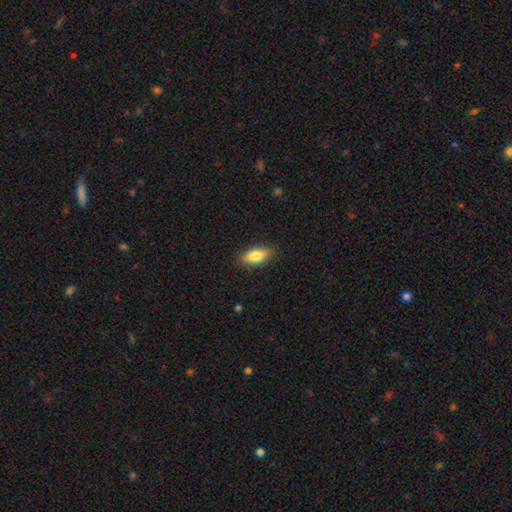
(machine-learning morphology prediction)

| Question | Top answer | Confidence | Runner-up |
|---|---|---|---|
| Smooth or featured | smooth | 81% | featured or disk (12%) |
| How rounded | in between | 82% | cigar-shaped (15%) |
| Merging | none | 87% | minor disturbance (10%) |